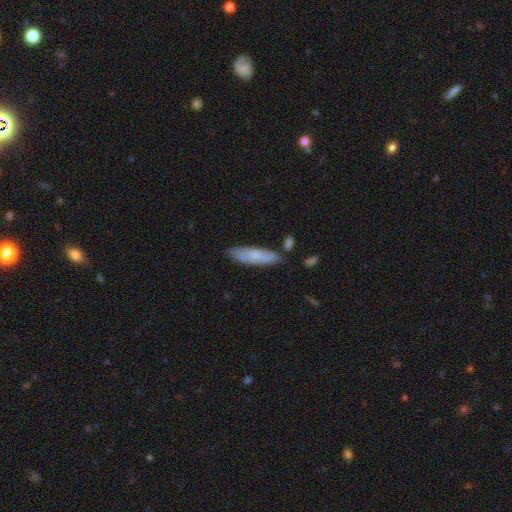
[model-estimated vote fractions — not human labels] Smooth or featured?
  - smooth: 69% *
  - featured or disk: 25%
  - star or artifact: 6%
How rounded?
  - cigar-shaped: 62% *
  - in between: 36%
  - round: 2%
Merging?
  - none: 69% *
  - minor disturbance: 20%
  - merger: 6%
  - major disturbance: 4%